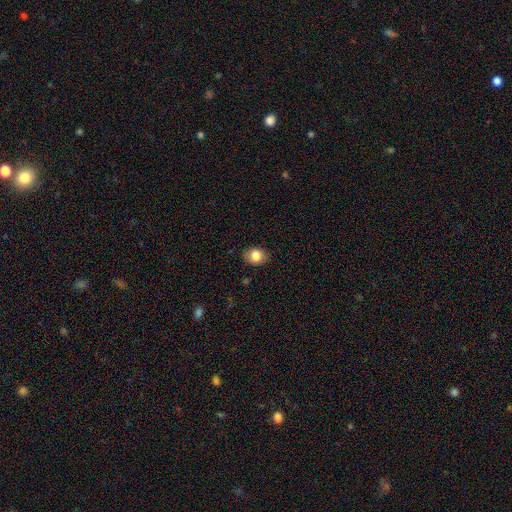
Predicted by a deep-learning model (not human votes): A smooth galaxy with no disk features (82%) that is in between round and cigar-shaped (53%).

Vote fractions:
- Smooth or featured? smooth: 82% / star or artifact: 9% / featured or disk: 9%
- How rounded? in between: 53% / round: 46% / cigar-shaped: 1%
- Merging? none: 82% / minor disturbance: 14% / major disturbance: 3% / merger: 1%